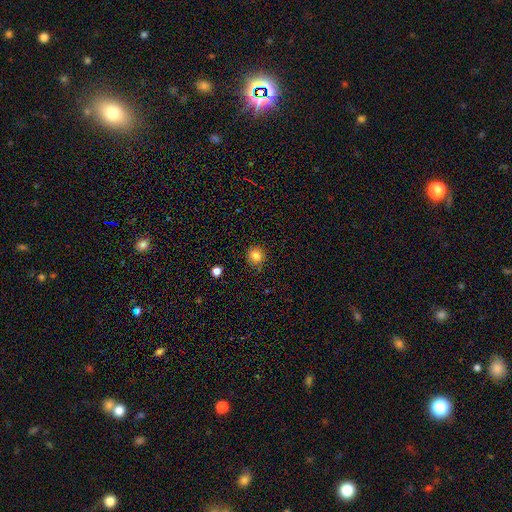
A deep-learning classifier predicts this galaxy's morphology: Overall: smooth (82%). How rounded: round (87%). Merging: none (89%).